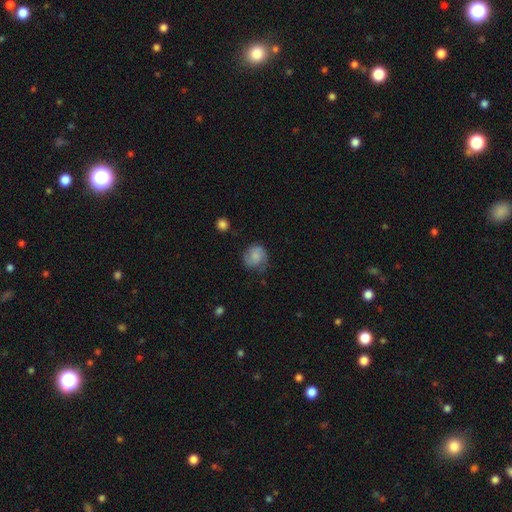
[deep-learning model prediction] Smooth or featured? smooth (59%)
How rounded? round (78%)
Merging? none (64%)